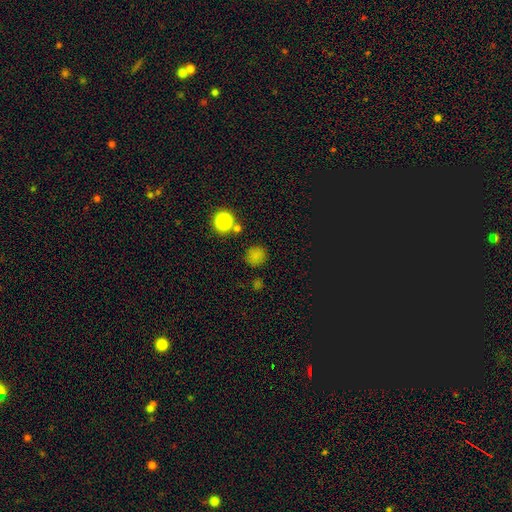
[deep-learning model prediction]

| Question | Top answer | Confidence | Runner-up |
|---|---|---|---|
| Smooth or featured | smooth | 74% | star or artifact (21%) |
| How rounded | round | 89% | in between (10%) |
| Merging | none | 82% | minor disturbance (9%) |